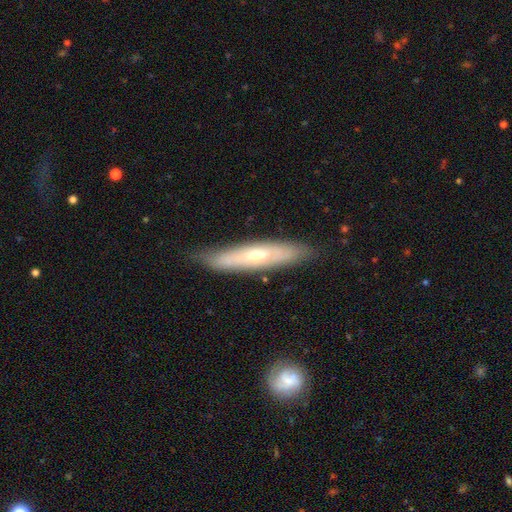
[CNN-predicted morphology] Q: Smooth or featured?
A: featured or disk (55%); runner-up: smooth (38%)
Q: Edge-on disk?
A: yes (59%); runner-up: no (41%)
Q: Merging?
A: none (79%); runner-up: minor disturbance (16%)